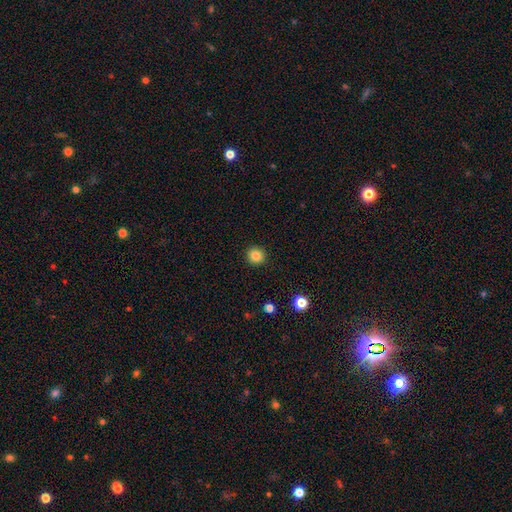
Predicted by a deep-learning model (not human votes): Smooth or featured? Predicted: smooth (p=0.84). How rounded? Predicted: round (p=0.92). Merging? Predicted: none (p=0.92).